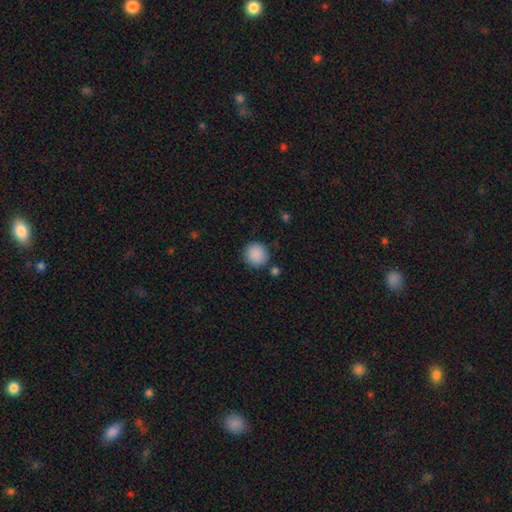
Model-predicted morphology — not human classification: type=smooth (89%); roundness=round (93%); merging=none (86%).